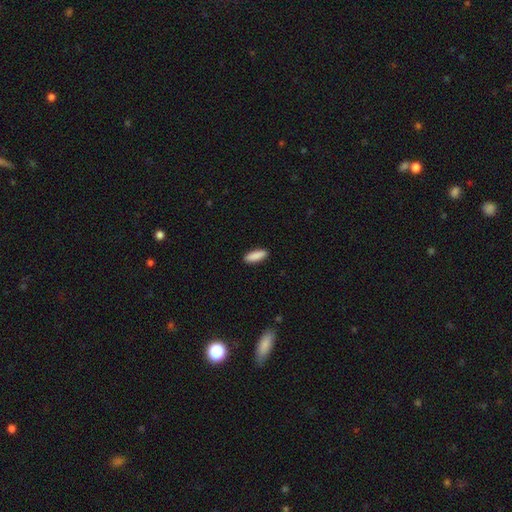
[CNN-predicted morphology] type=smooth (90%); roundness=in between (55%); merging=none (90%).